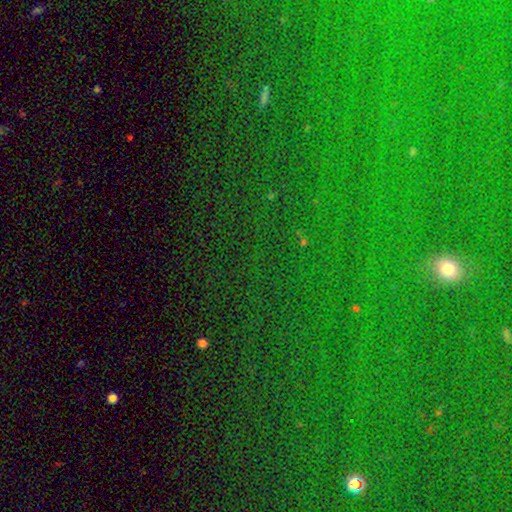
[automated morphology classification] Smooth or featured? star or artifact (76%)